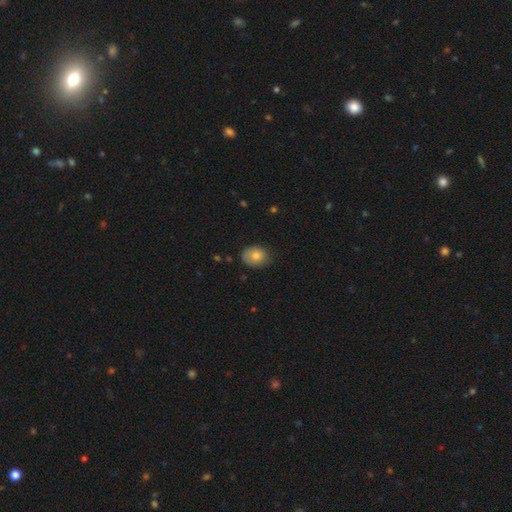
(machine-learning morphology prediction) smooth_or_featured: smooth (p=0.76) [alt: featured or disk p=0.16]
how_rounded: round (p=0.50) [alt: in between p=0.49]
merging: none (p=0.69) [alt: minor disturbance p=0.25]